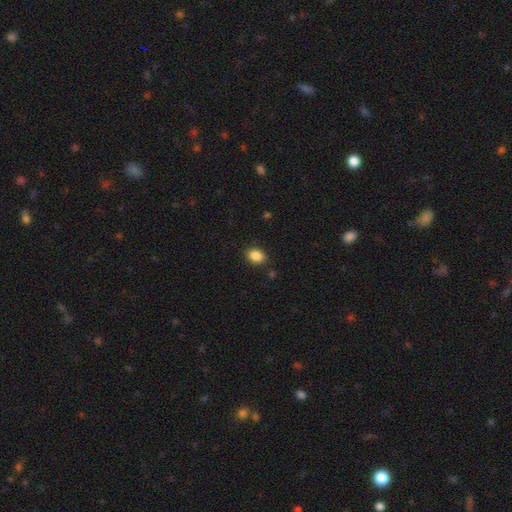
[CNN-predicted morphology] Q: Smooth or featured?
A: smooth (87%); runner-up: star or artifact (9%)
Q: How rounded?
A: in between (66%); runner-up: round (33%)
Q: Merging?
A: none (86%); runner-up: minor disturbance (10%)